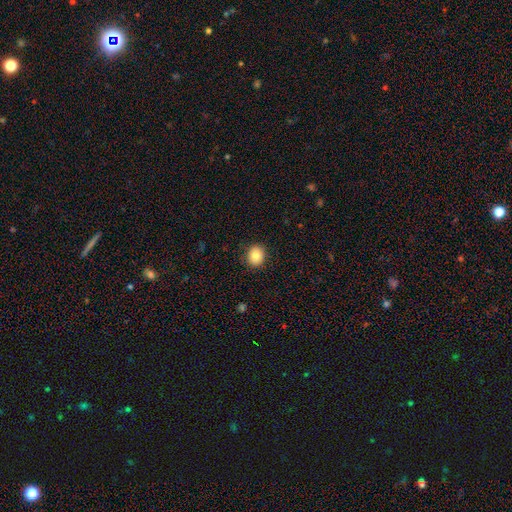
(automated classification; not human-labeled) smooth-or-featured: smooth: 83% | star or artifact: 9% | featured or disk: 8%
  how-rounded: round: 72% | in between: 27% | cigar-shaped: 1%
  merging: none: 89% | minor disturbance: 8% | major disturbance: 2% | merger: 1%